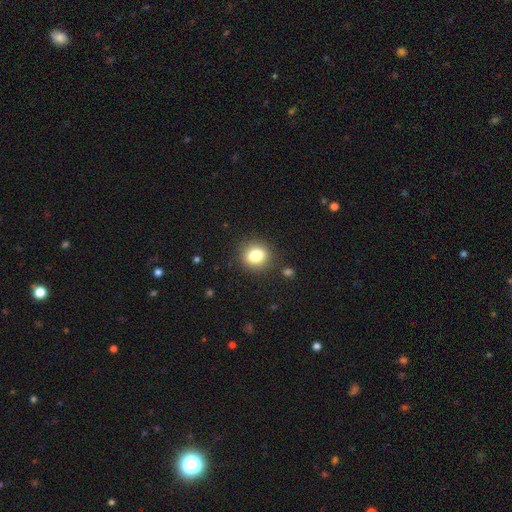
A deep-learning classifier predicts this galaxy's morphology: This is clearly a smooth galaxy (80%). How rounded: likely round (63%). Merging: clearly none (86%).